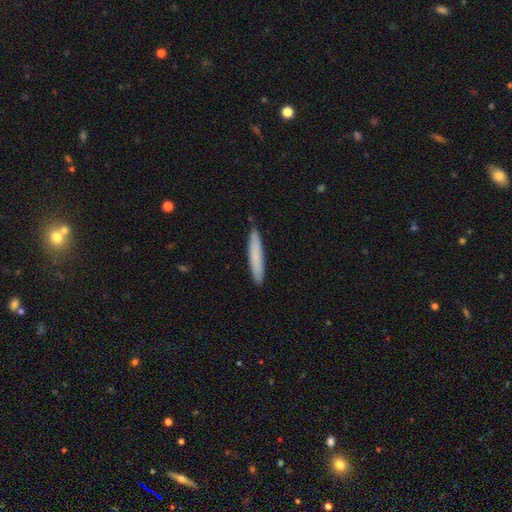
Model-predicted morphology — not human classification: The model was most divided on "smooth or featured": smooth: 76%, featured or disk: 18%, star or artifact: 6%. More confident: how rounded — cigar-shaped (94%); merging — none (89%).